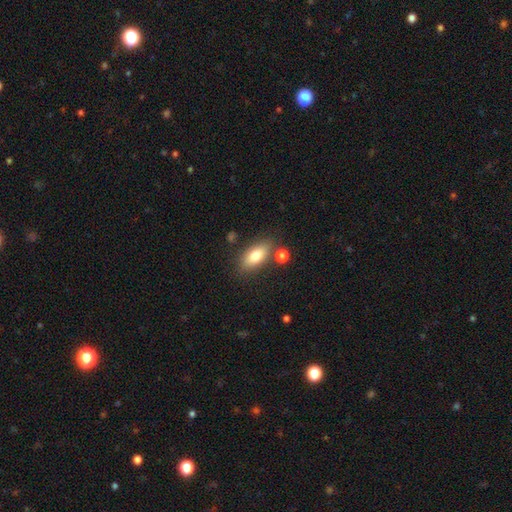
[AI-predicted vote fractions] smooth-or-featured: smooth: 76% | featured or disk: 16% | star or artifact: 8%
  how-rounded: in between: 83% | cigar-shaped: 12% | round: 5%
  merging: none: 76% | minor disturbance: 13% | merger: 8% | major disturbance: 4%